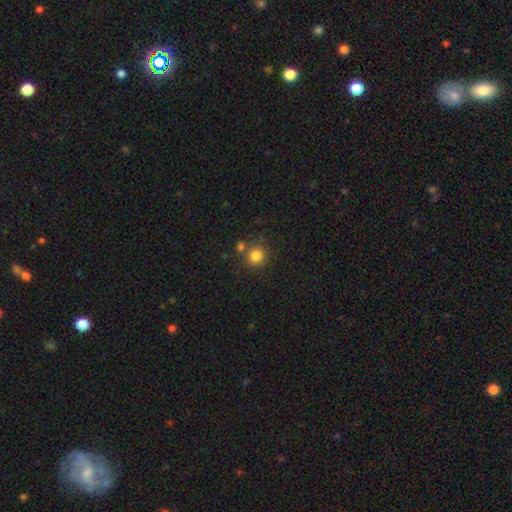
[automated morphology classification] Smooth or featured?
  - smooth: 82% *
  - star or artifact: 11%
  - featured or disk: 6%
How rounded?
  - round: 87% *
  - in between: 12%
  - cigar-shaped: 1%
Merging?
  - none: 69% *
  - merger: 16%
  - minor disturbance: 11%
  - major disturbance: 4%